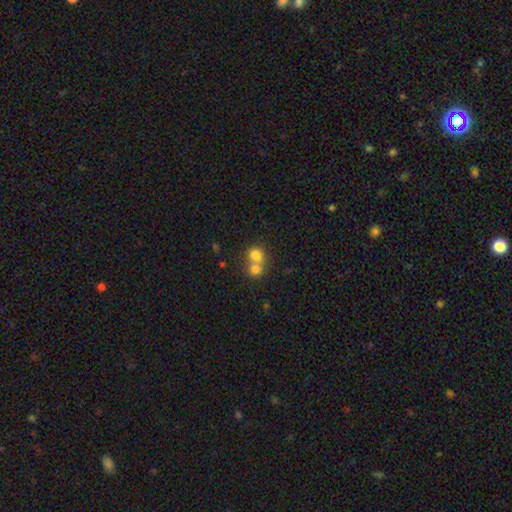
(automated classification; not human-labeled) Q: Smooth or featured?
A: smooth (77%); runner-up: featured or disk (11%)
Q: How rounded?
A: round (82%); runner-up: in between (17%)
Q: Merging?
A: merger (59%); runner-up: none (34%)